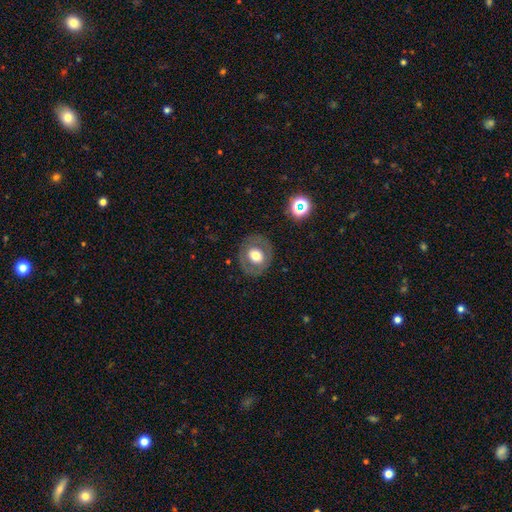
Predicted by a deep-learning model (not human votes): Smooth or featured? smooth (55%)
How rounded? round (73%)
Merging? none (83%)